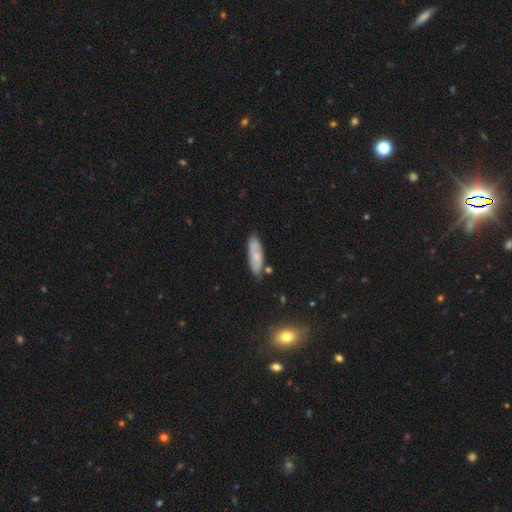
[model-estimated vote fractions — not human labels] A smooth galaxy with no disk features (56%) that is in between round and cigar-shaped (58%). Merging: none (75%).